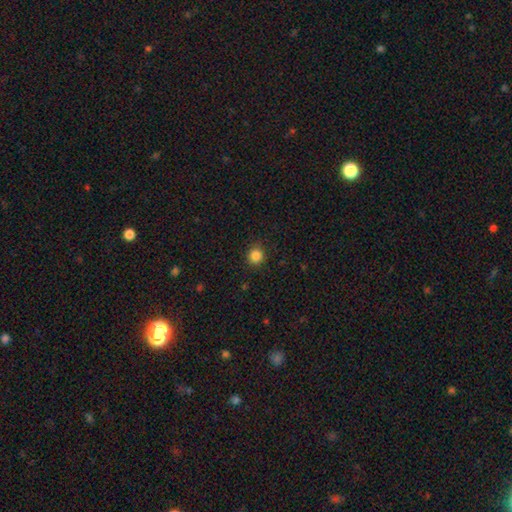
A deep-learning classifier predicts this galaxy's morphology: smooth-or-featured: smooth: 85% | star or artifact: 12% | featured or disk: 4%
  how-rounded: round: 91% | in between: 8% | cigar-shaped: 1%
  merging: none: 89% | minor disturbance: 7% | major disturbance: 2% | merger: 1%